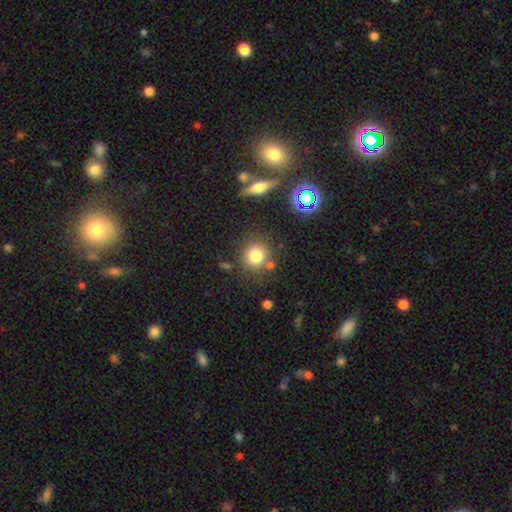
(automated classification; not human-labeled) smooth-or-featured: smooth: 79% | star or artifact: 13% | featured or disk: 8%
  how-rounded: round: 87% | in between: 12% | cigar-shaped: 1%
  merging: none: 78% | minor disturbance: 10% | merger: 8% | major disturbance: 4%